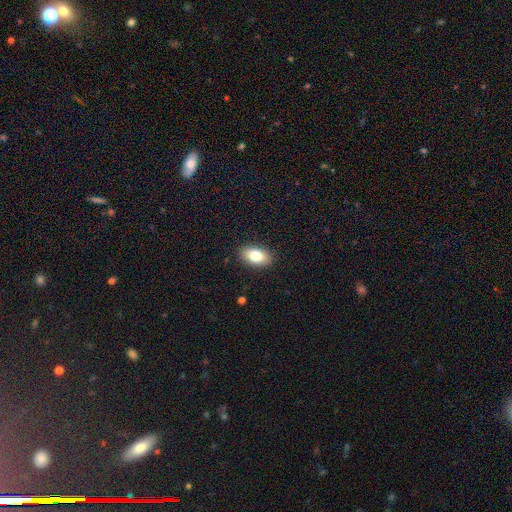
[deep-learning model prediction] A smooth galaxy with no disk features (81%) that is in between round and cigar-shaped (91%). Merging: none (89%).